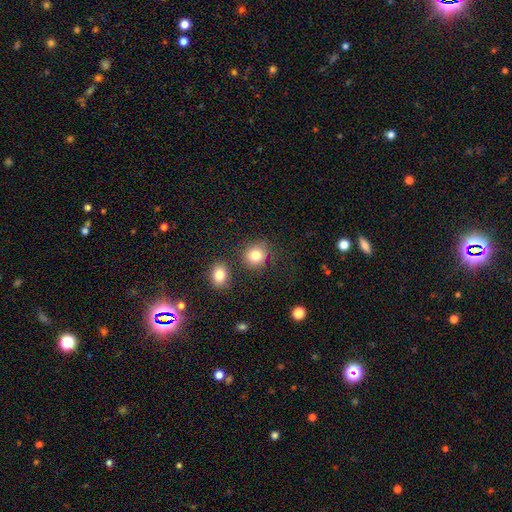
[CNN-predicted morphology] smooth_or_featured: smooth (p=0.82) [alt: star or artifact p=0.11]
how_rounded: round (p=0.87) [alt: in between p=0.12]
merging: none (p=0.78) [alt: minor disturbance p=0.11]